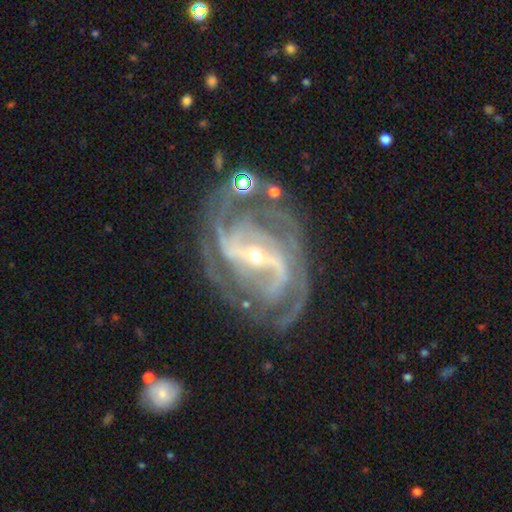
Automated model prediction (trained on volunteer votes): smooth_or_featured: featured or disk (p=0.92) [alt: star or artifact p=0.05]
disk_edge_on: no (p=0.97) [alt: yes p=0.03]
bar: strong (p=0.64) [alt: weak p=0.27]
has_spiral_arms: yes (p=0.98) [alt: no p=0.02]
spiral_winding: tight (p=0.45) [alt: medium p=0.44]
spiral_arm_count: 2 (p=0.29) [alt: 3 p=0.25]
bulge_size: small (p=0.72) [alt: moderate p=0.25]
merging: none (p=0.67) [alt: minor disturbance p=0.17]